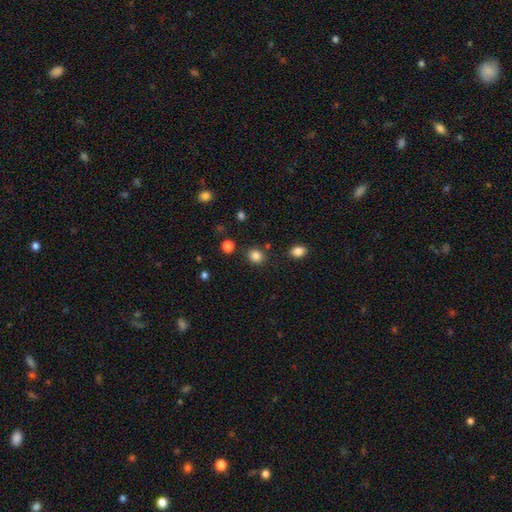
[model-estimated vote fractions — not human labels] smooth-or-featured: smooth: 84% | star or artifact: 12% | featured or disk: 4%
  how-rounded: round: 74% | in between: 25% | cigar-shaped: 1%
  merging: none: 83% | minor disturbance: 9% | merger: 5% | major disturbance: 3%